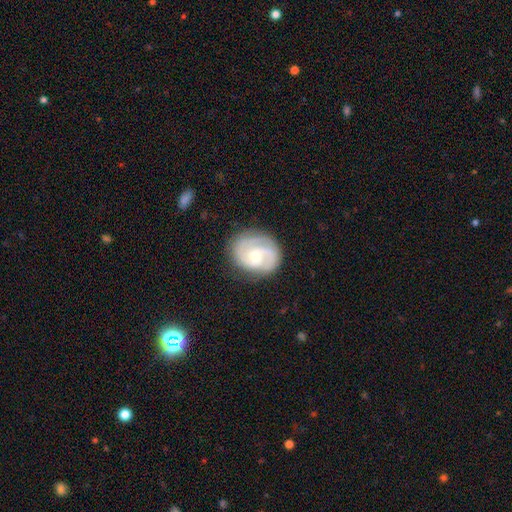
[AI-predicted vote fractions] Smooth or featured?
  - featured or disk: 85% *
  - smooth: 10%
  - star or artifact: 5%
Edge-on disk?
  - no: 98% *
  - yes: 2%
Bar?
  - no: 60% *
  - weak: 35%
  - strong: 6%
Spiral arms?
  - yes: 97% *
  - no: 3%
Spiral winding?
  - tight: 50% *
  - medium: 42%
  - loose: 8%
Spiral arm count?
  - 2: 58% *
  - 3: 24%
  - can't tell: 9%
  - 1: 4%
  - 4: 3%
  - more than 4: 3%
Bulge size?
  - moderate: 56% *
  - small: 38%
  - large: 4%
  - none: 2%
  - dominant: 1%
Merging?
  - none: 80% *
  - minor disturbance: 14%
  - major disturbance: 5%
  - merger: 1%